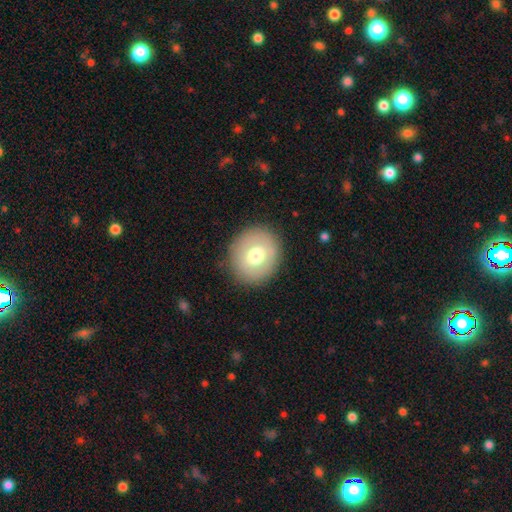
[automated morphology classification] smooth 68%, featured or disk 23%, star or artifact 9%. Down the decision tree: how rounded — round (84%); merging — none (88%).